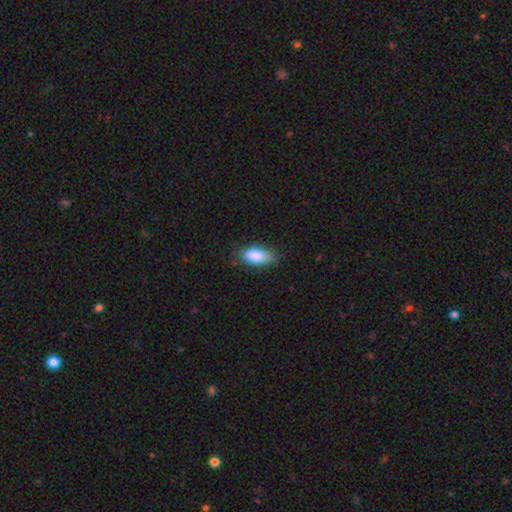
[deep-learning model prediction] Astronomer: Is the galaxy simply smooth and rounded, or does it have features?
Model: smooth — 85%.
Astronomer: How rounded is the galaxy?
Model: in between — 85%.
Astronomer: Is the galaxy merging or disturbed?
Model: none — 76%.